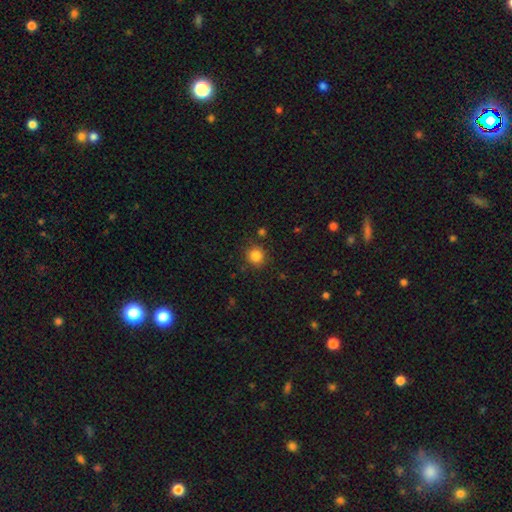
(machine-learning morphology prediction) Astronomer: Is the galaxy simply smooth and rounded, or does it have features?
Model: smooth — 84%.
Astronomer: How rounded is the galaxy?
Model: round — 91%.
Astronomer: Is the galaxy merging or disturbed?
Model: none — 85%.